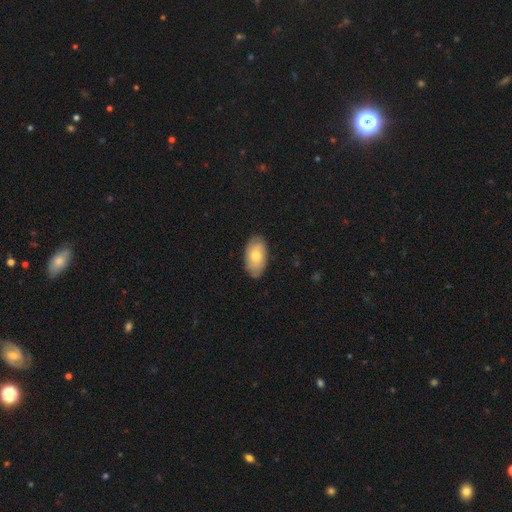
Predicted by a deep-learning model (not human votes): The model was most divided on "smooth or featured": smooth: 60%, featured or disk: 34%, star or artifact: 6%. More confident: how rounded — in between (94%); merging — none (82%).